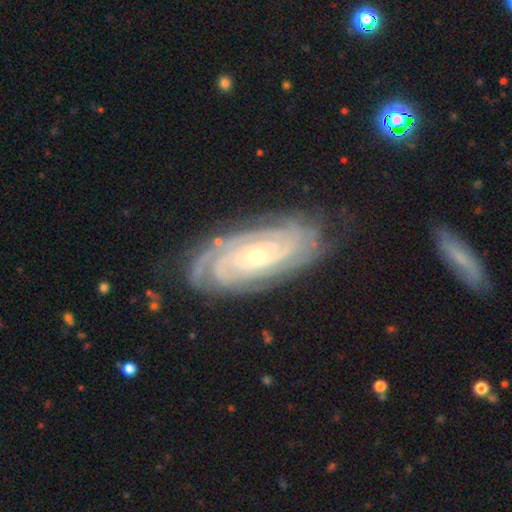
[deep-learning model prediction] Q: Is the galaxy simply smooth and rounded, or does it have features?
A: featured or disk — 89%.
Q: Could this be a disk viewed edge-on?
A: no — 94%.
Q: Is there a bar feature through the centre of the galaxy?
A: no — 71%.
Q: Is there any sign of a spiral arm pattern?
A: yes — 98%.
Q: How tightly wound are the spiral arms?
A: tight — 82%.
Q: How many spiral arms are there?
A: can't tell — 24%.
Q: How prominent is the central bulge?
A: small — 69%.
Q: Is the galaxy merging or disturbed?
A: none — 79%.